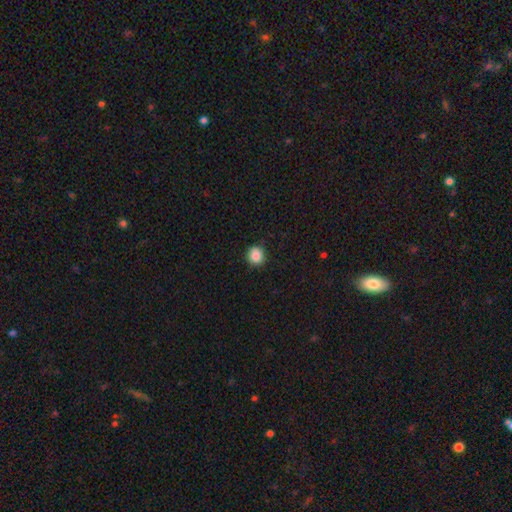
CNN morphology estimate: Smooth or featured?
  - smooth: 85% *
  - star or artifact: 10%
  - featured or disk: 5%
How rounded?
  - round: 87% *
  - in between: 12%
  - cigar-shaped: 1%
Merging?
  - none: 86% *
  - minor disturbance: 11%
  - major disturbance: 2%
  - merger: 1%